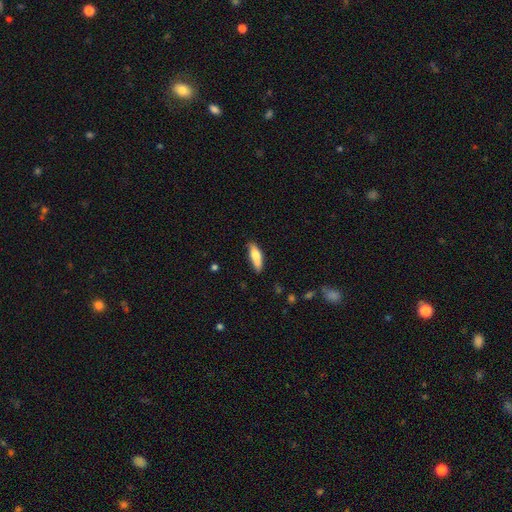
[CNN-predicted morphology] smooth_or_featured: smooth (p=0.72) [alt: featured or disk p=0.22]
how_rounded: cigar-shaped (p=0.52) [alt: in between p=0.46]
merging: none (p=0.72) [alt: minor disturbance p=0.22]